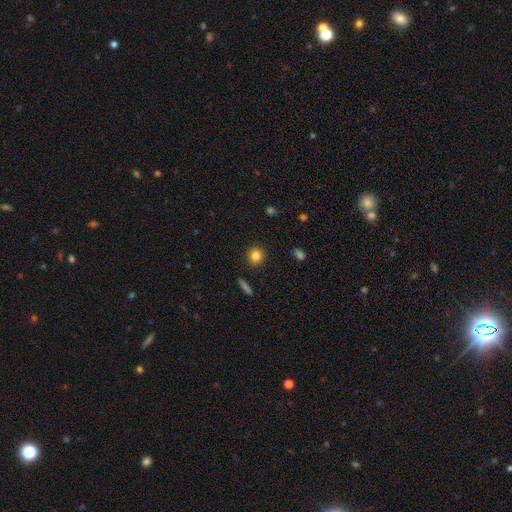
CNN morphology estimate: A smooth galaxy with no disk features (83%) that is round (86%).

Vote fractions:
- Smooth or featured? smooth: 83% / star or artifact: 10% / featured or disk: 7%
- How rounded? round: 86% / in between: 13% / cigar-shaped: 1%
- Merging? none: 91% / minor disturbance: 6% / major disturbance: 2% / merger: 1%